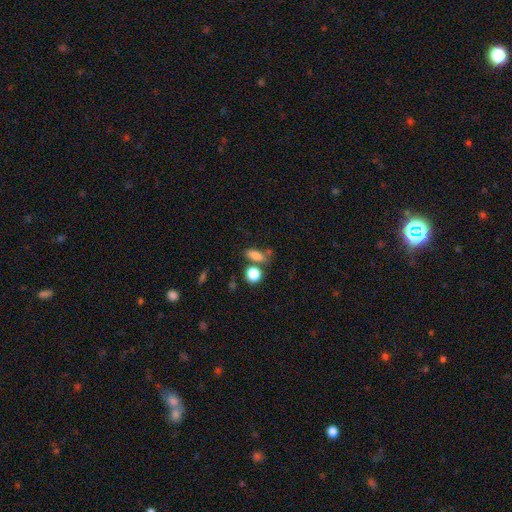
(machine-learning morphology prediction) Smooth or featured? smooth (79%)
How rounded? in between (67%)
Merging? none (64%)